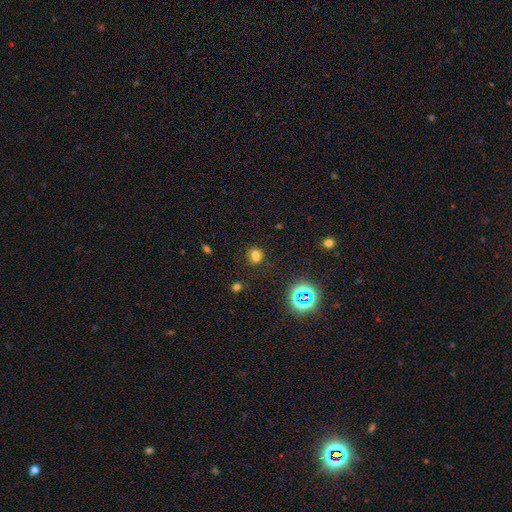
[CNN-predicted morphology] A smooth galaxy with no disk features (65%) that is round (56%).

Vote fractions:
- Smooth or featured? smooth: 65% / star or artifact: 26% / featured or disk: 8%
- How rounded? round: 56% / in between: 42% / cigar-shaped: 1%
- Merging? none: 67% / minor disturbance: 14% / merger: 14% / major disturbance: 5%